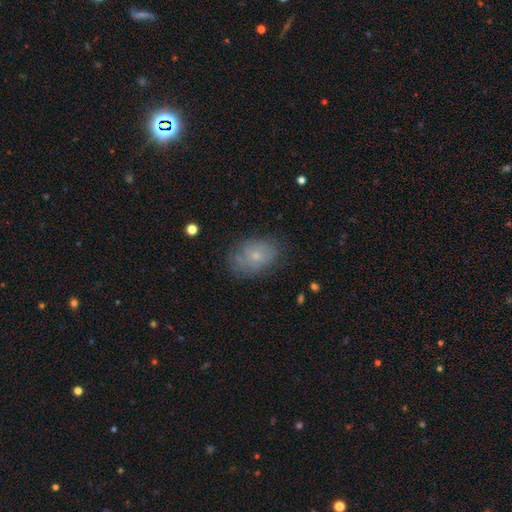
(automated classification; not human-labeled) Smooth or featured? Predicted: smooth (p=0.62). How rounded? Predicted: in between (p=0.77). Merging? Predicted: none (p=0.70).